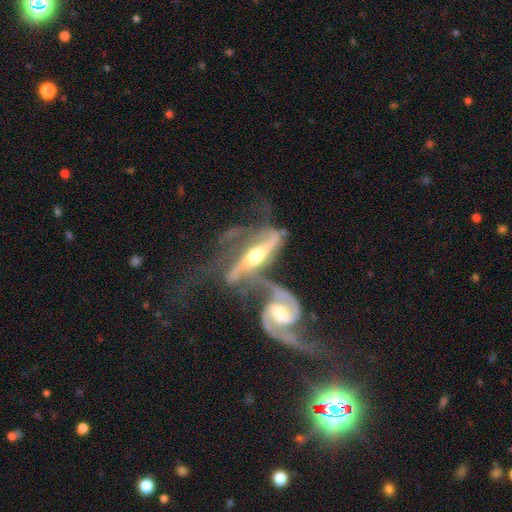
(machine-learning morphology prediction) A featured or disk galaxy (86%) with a strong bar (48%), spiral arms (88%) and a moderate central bulge (65%). Merging: merger (70%).